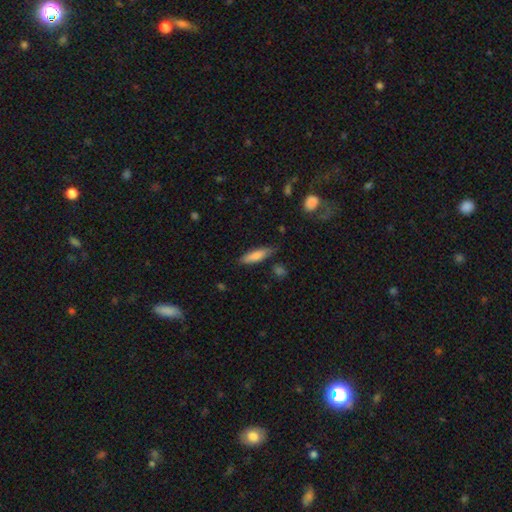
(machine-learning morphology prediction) A smooth galaxy with no disk features (79%) that is cigar-shaped (66%).

Vote fractions:
- Smooth or featured? smooth: 79% / featured or disk: 15% / star or artifact: 6%
- How rounded? cigar-shaped: 66% / in between: 32% / round: 2%
- Merging? none: 78% / minor disturbance: 16% / major disturbance: 3% / merger: 2%